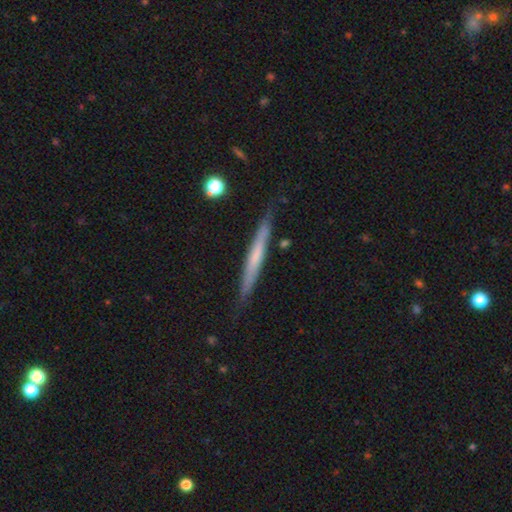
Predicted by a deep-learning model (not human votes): smooth_or_featured: featured or disk (p=0.47) [tied with: smooth p=0.47]
merging: none (p=0.83) [alt: minor disturbance p=0.13]